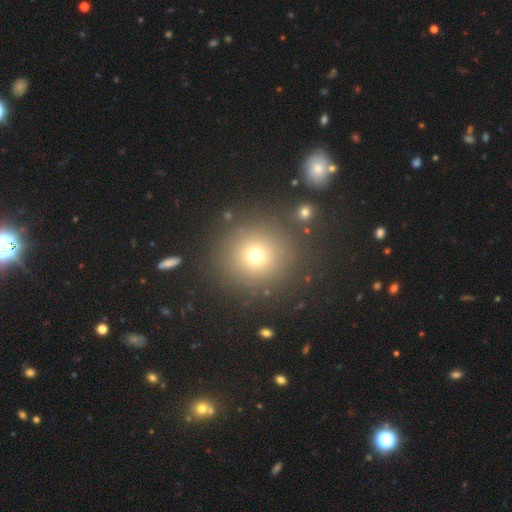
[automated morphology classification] Smooth or featured? Predicted: smooth (p=0.70). How rounded? Predicted: round (p=0.93). Merging? Predicted: none (p=0.86).